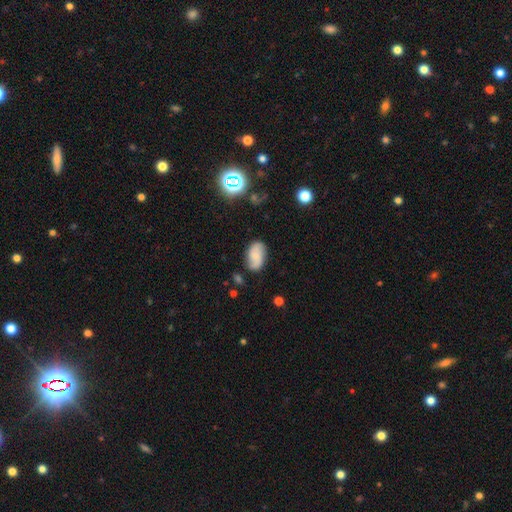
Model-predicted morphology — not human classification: Smooth or featured? Predicted: smooth (p=0.56). How rounded? Predicted: in between (p=0.91). Merging? Predicted: none (p=0.77).